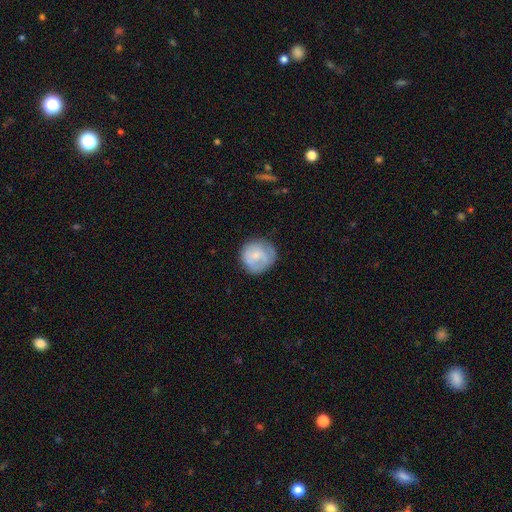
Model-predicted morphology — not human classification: A smooth galaxy with no disk features (62%) that is round (90%). Merging: none (71%).